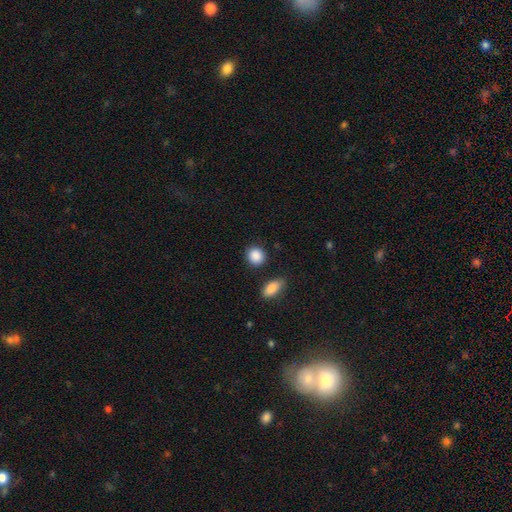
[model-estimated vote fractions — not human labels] Q: Smooth or featured?
A: smooth (89%); runner-up: star or artifact (7%)
Q: How rounded?
A: round (74%); runner-up: in between (25%)
Q: Merging?
A: none (85%); runner-up: minor disturbance (9%)